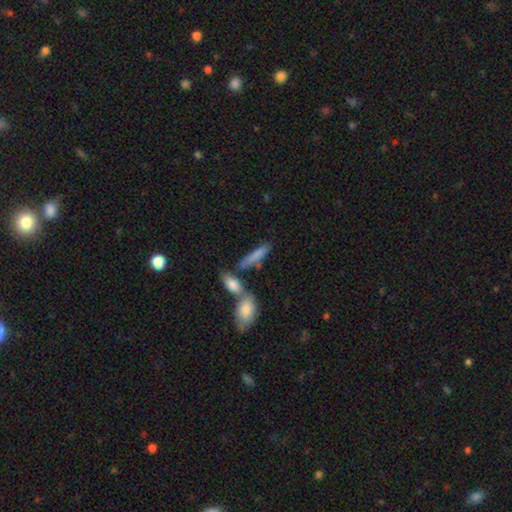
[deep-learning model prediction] A smooth galaxy with no disk features (77%) that is cigar-shaped (71%). Merging: none (55%).